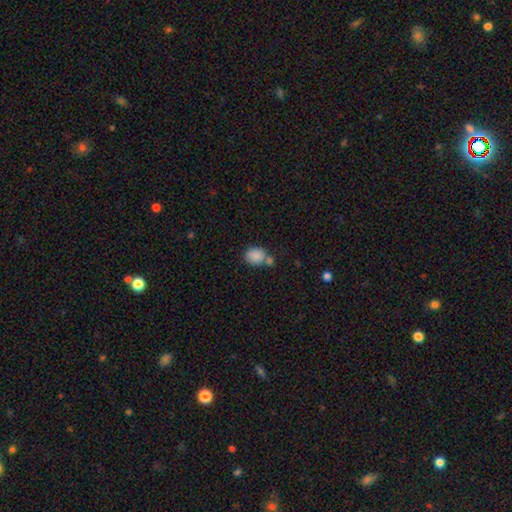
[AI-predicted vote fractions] smooth 87%, star or artifact 8%, featured or disk 5%. Down the decision tree: how rounded — round (53%); merging — none (56%).